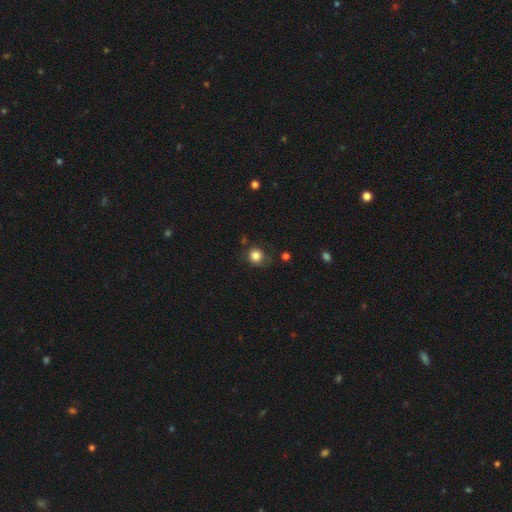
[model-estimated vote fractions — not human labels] Q: Smooth or featured?
A: smooth (84%); runner-up: star or artifact (11%)
Q: How rounded?
A: round (87%); runner-up: in between (12%)
Q: Merging?
A: none (71%); runner-up: minor disturbance (20%)